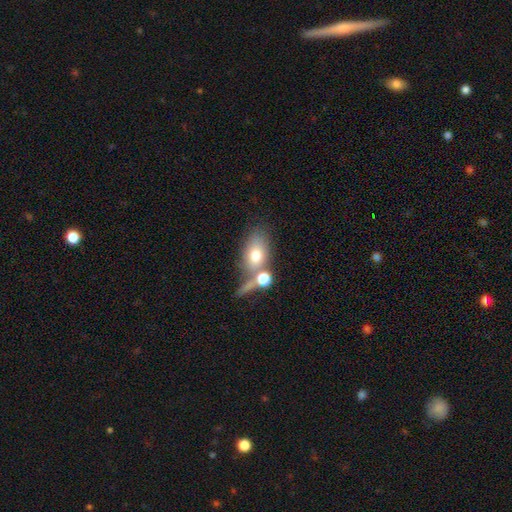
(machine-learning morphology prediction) A smooth galaxy with no disk features (70%) that is in between round and cigar-shaped (77%).

Vote fractions:
- Smooth or featured? smooth: 70% / featured or disk: 20% / star or artifact: 10%
- How rounded? in between: 77% / round: 19% / cigar-shaped: 5%
- Merging? none: 42% / merger: 35% / minor disturbance: 13% / major disturbance: 10%